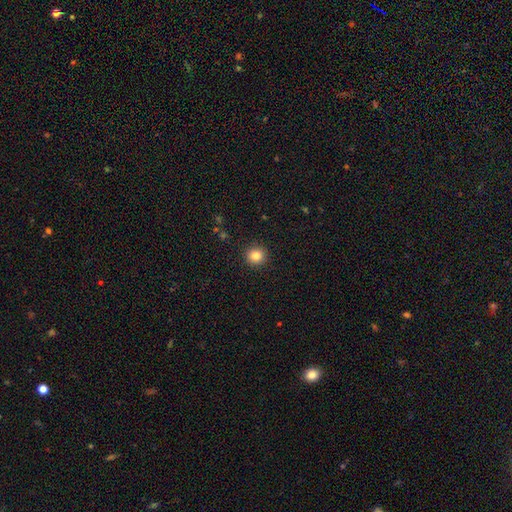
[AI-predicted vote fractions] Smooth or featured: smooth — 83% (star or artifact — 11%)
How rounded: round — 92% (in between — 7%)
Merging: none — 92% (minor disturbance — 5%)